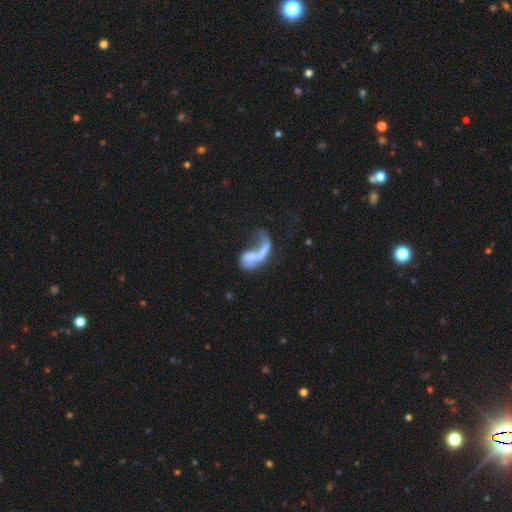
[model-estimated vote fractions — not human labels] Overall: featured or disk (55%; smooth 36%). Edge-on disk: no (95%). Bar: no (68%). Spiral arms: no (53%; yes 47%). Bulge size: none (57%; small 24%). Merging: major disturbance (48%; merger 23%).